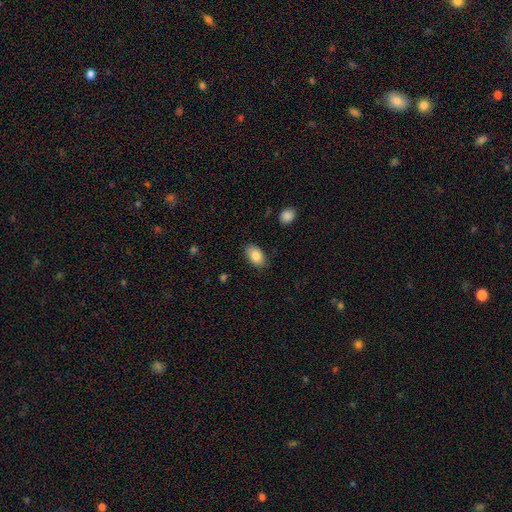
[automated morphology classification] A smooth galaxy with no disk features (84%) that is in between round and cigar-shaped (91%).

Vote fractions:
- Smooth or featured? smooth: 84% / featured or disk: 9% / star or artifact: 7%
- How rounded? in between: 91% / round: 7% / cigar-shaped: 1%
- Merging? none: 85% / minor disturbance: 11% / major disturbance: 2% / merger: 1%